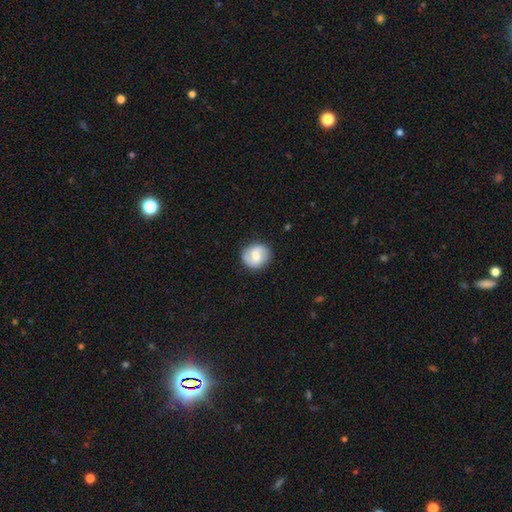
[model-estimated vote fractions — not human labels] Smooth or featured: featured or disk — 52% (smooth — 41%)
Edge-on disk: no — 98% (yes — 2%)
Bar: weak — 53% (no — 27%)
Spiral arms: yes — 86% (no — 14%)
Bulge size: moderate — 50% (small — 28%)
Merging: none — 85% (minor disturbance — 11%)